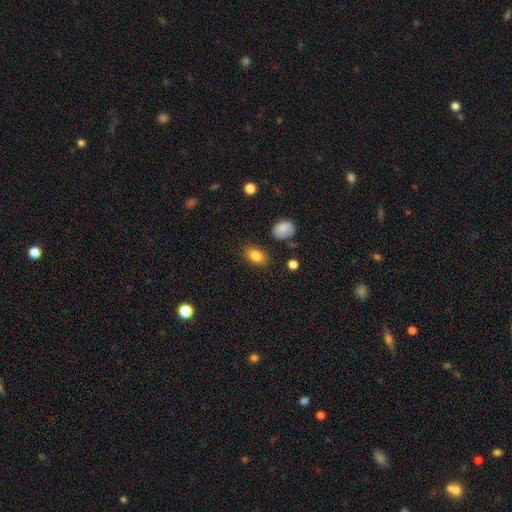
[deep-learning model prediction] The model was most divided on "how rounded": in between: 82%, round: 16%, cigar-shaped: 2%. More confident: merging — none (85%); smooth or featured — smooth (84%).